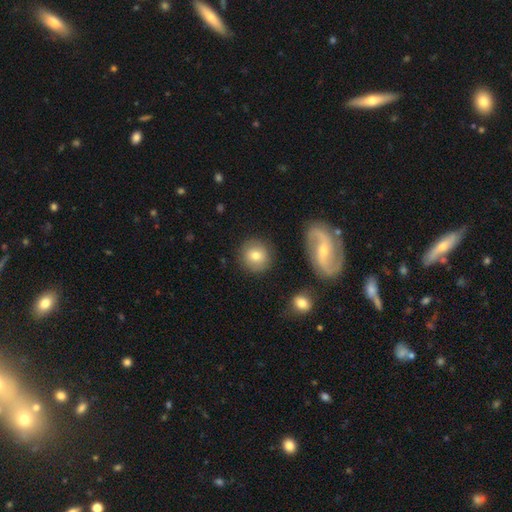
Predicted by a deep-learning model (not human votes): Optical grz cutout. It shows a smooth galaxy with no disk features (74%) that is round (90%). Merging: none (86%).